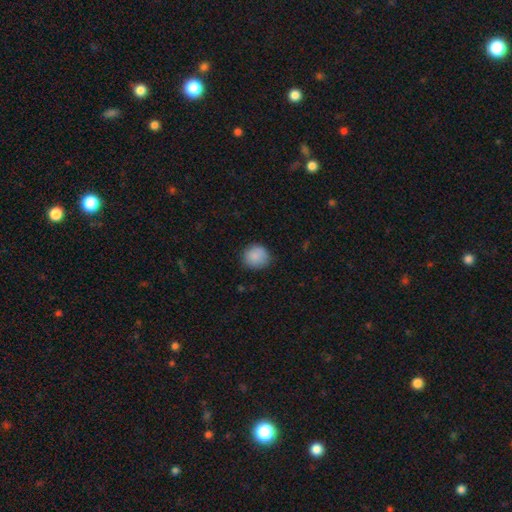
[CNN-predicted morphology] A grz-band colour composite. It shows a smooth galaxy with no disk features (88%) that is round (83%). Merging: none (82%).